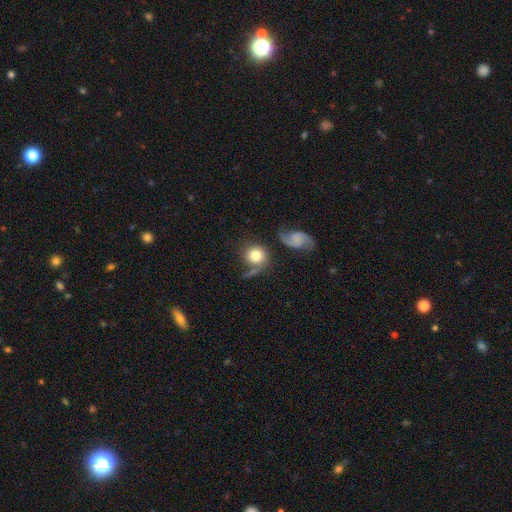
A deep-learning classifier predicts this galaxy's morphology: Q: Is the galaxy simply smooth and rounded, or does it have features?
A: smooth — 71%.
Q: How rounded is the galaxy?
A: round — 87%.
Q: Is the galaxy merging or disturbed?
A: none — 56%.